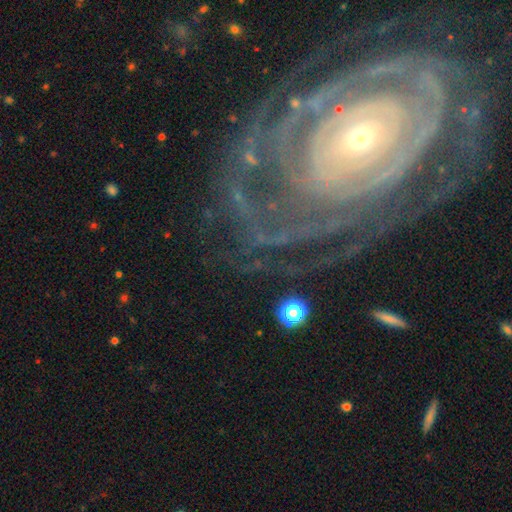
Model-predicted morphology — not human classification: featured or disk 86%, star or artifact 7%, smooth 7%. Down the decision tree: edge-on disk — no (96%); bar — no (63%); spiral arms — yes (92%); spiral arm count — can't tell (36%); spiral winding — tight (82%); bulge size — small (68%); merging — none (74%).